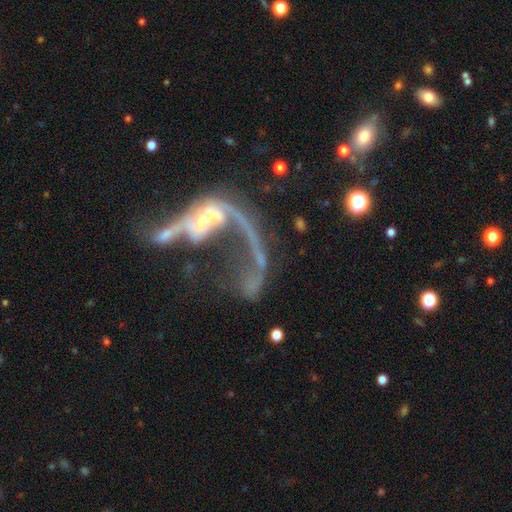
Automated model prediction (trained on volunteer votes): featured or disk 74%, smooth 14%, star or artifact 11%. Down the decision tree: edge-on disk — no (89%); bar — no (65%); spiral arms — yes (61%); bulge size — small (50%); merging — merger (41%).